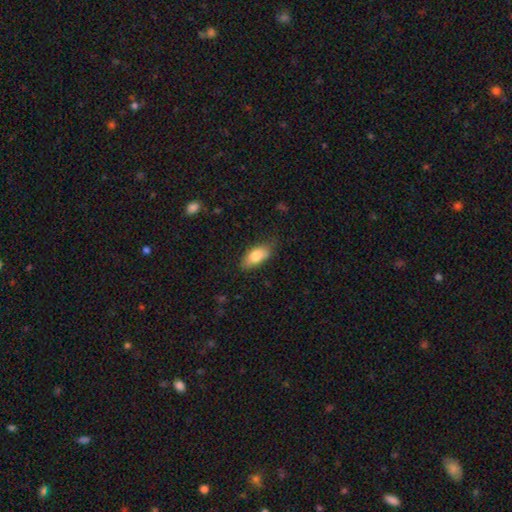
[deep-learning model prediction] smooth-or-featured: smooth: 78% | featured or disk: 15% | star or artifact: 7%
  how-rounded: in between: 86% | cigar-shaped: 10% | round: 4%
  merging: none: 71% | minor disturbance: 22% | major disturbance: 5% | merger: 1%